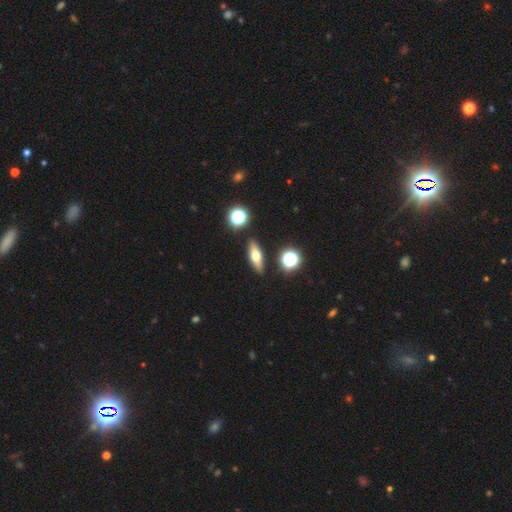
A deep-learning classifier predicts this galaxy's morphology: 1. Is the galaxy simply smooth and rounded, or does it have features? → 55% smooth, 35% featured or disk, 11% star or artifact.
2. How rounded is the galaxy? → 50% in between, 40% cigar-shaped, 10% round.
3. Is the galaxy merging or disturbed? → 87% none, 7% minor disturbance, 3% merger, 2% major disturbance.